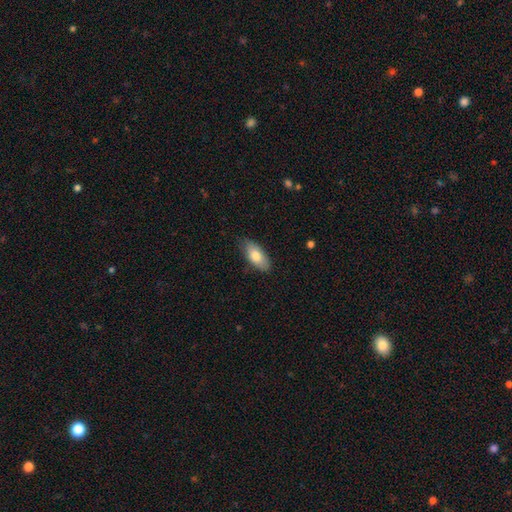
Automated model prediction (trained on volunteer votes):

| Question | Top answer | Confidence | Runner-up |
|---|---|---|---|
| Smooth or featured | smooth | 79% | featured or disk (15%) |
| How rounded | in between | 88% | cigar-shaped (10%) |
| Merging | none | 79% | minor disturbance (17%) |